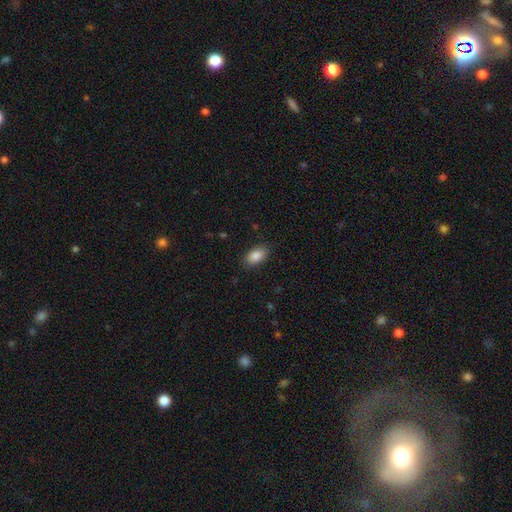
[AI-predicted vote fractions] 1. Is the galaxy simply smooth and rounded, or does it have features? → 88% smooth, 7% star or artifact, 5% featured or disk.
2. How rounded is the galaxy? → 91% in between, 6% round, 2% cigar-shaped.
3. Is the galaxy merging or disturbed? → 86% none, 11% minor disturbance, 3% major disturbance, 1% merger.